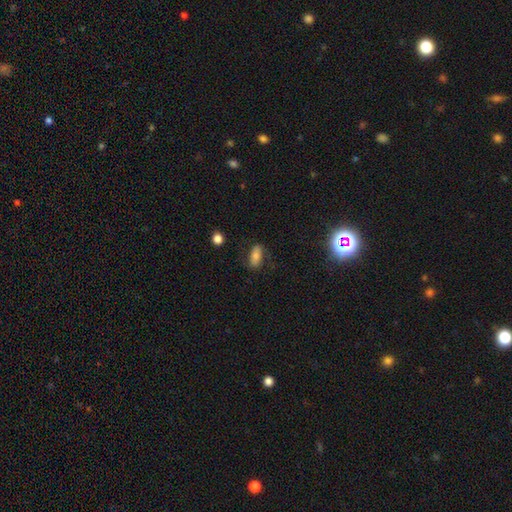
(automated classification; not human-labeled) smooth-or-featured: smooth: 73% | featured or disk: 18% | star or artifact: 9%
  how-rounded: in between: 82% | cigar-shaped: 14% | round: 4%
  merging: none: 74% | minor disturbance: 18% | major disturbance: 6% | merger: 2%